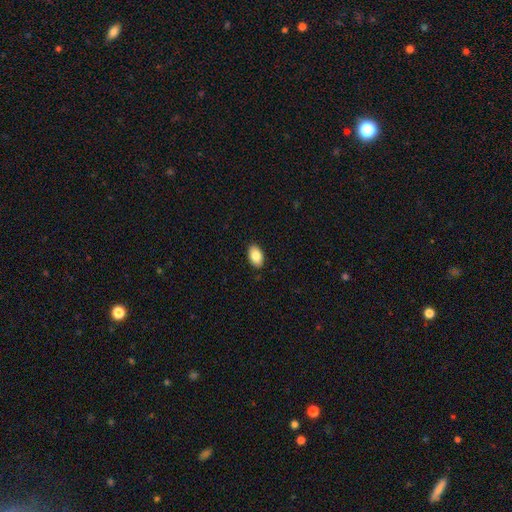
Volunteers were most divided on "smooth or featured": smooth: 87%, star or artifact: 11%, featured or disk: 3%. More confident: how rounded — in between (94%); merging — none (88%).